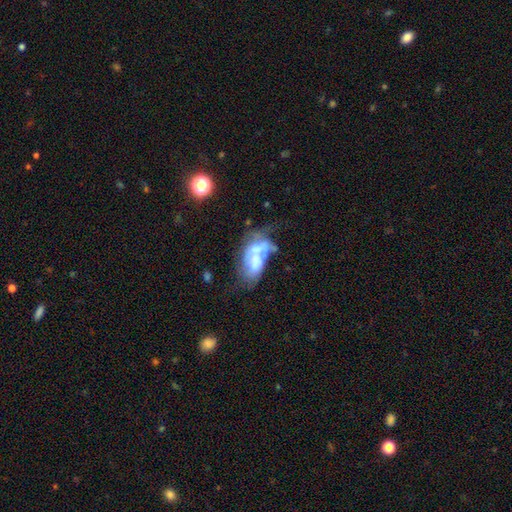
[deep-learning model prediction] smooth-or-featured: featured or disk: 51% | smooth: 36% | star or artifact: 12%
  disk-edge-on: no: 93% | yes: 7%
  merging: merger: 36% | major disturbance: 28% | none: 19% | minor disturbance: 16%